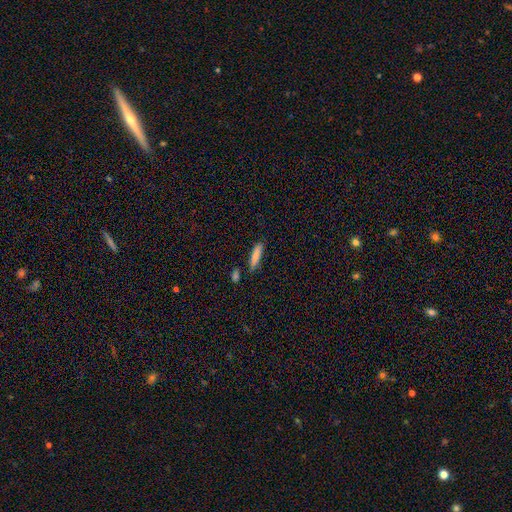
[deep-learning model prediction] smooth-or-featured: smooth: 81% | featured or disk: 12% | star or artifact: 7%
  how-rounded: cigar-shaped: 77% | in between: 21% | round: 2%
  merging: none: 78% | minor disturbance: 14% | merger: 5% | major disturbance: 3%